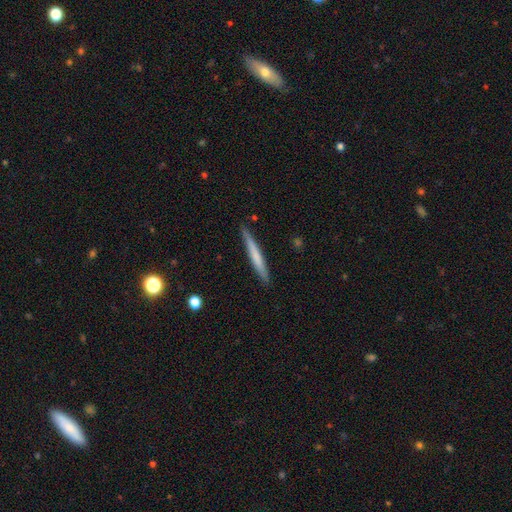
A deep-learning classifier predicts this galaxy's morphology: The model was most divided on "smooth or featured": smooth: 60%, featured or disk: 34%, star or artifact: 6%. More confident: how rounded — cigar-shaped (97%); merging — none (89%).